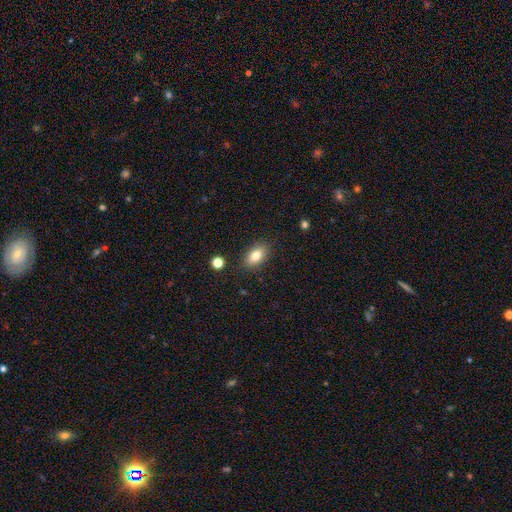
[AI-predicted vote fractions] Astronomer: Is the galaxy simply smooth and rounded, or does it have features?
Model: smooth — 81%.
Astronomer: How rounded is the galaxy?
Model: in between — 88%.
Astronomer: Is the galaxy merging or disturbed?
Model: none — 86%.